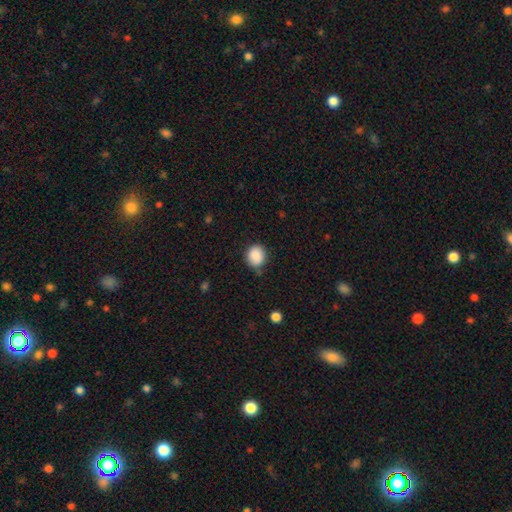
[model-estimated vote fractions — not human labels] A smooth galaxy with no disk features (88%) that is round (79%). Merging: none (77%).